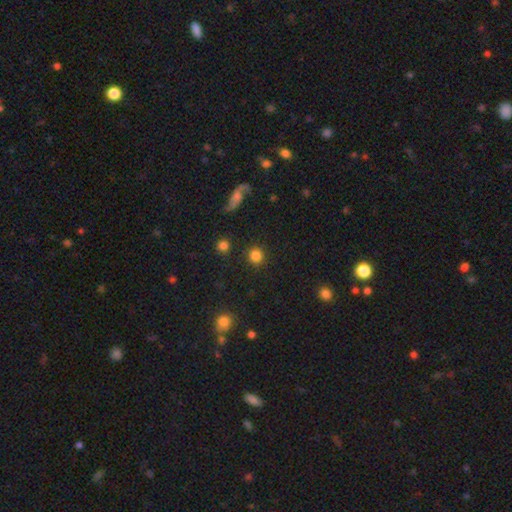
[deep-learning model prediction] smooth 82%, star or artifact 11%, featured or disk 6%. Down the decision tree: how rounded — round (91%); merging — none (88%).